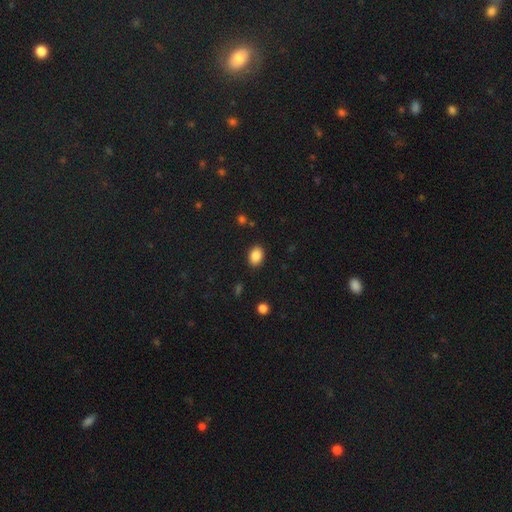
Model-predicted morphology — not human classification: A smooth galaxy with no disk features (87%) that is in between round and cigar-shaped (76%). Merging: none (88%).